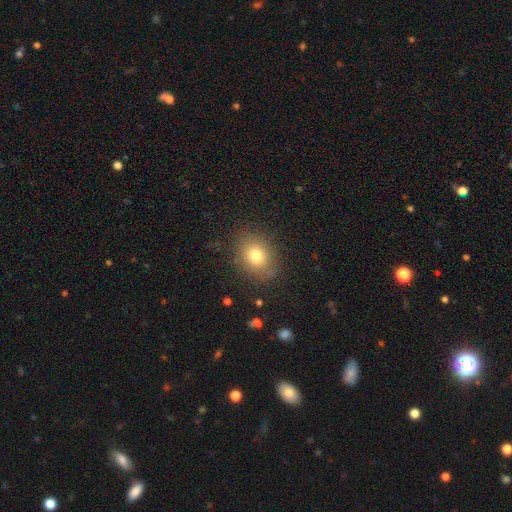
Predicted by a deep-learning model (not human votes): This appears to be a smooth galaxy with no disk features (78%) that is round (54%). Merging: none (83%).